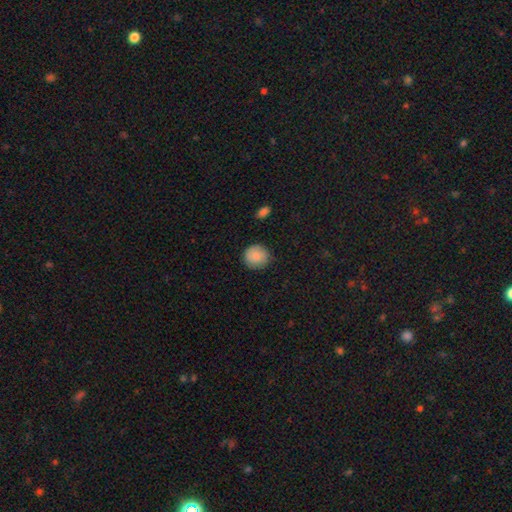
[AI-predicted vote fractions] This is clearly a smooth galaxy (88%). How rounded: clearly round (91%). Merging: clearly none (86%).